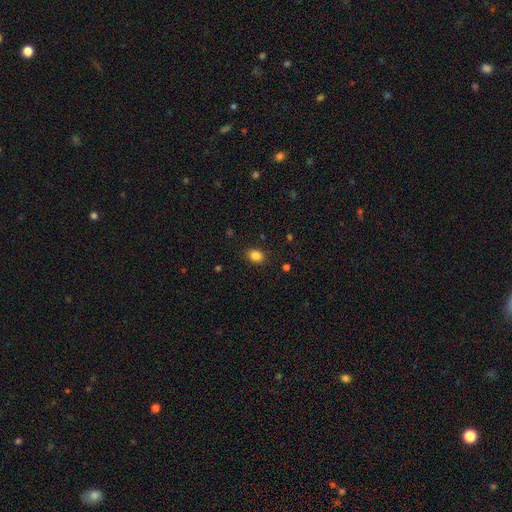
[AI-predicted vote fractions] The model was most divided on "how rounded": in between: 56%, round: 43%, cigar-shaped: 1%. More confident: merging — none (87%); smooth or featured — smooth (84%).